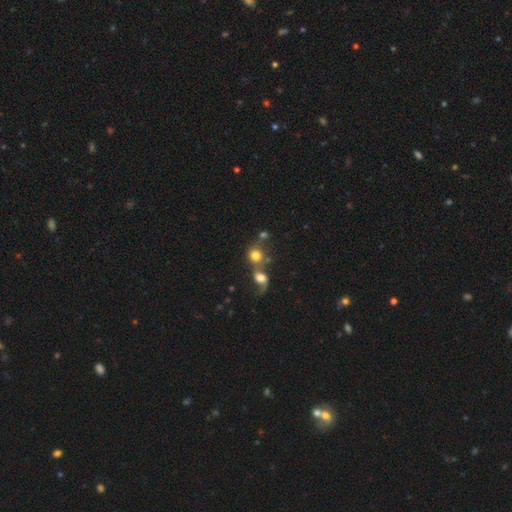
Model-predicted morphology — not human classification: Smooth or featured?
  - smooth: 72% *
  - featured or disk: 16%
  - star or artifact: 11%
How rounded?
  - round: 82% *
  - in between: 17%
  - cigar-shaped: 1%
Merging?
  - merger: 55% *
  - none: 29%
  - major disturbance: 8%
  - minor disturbance: 8%